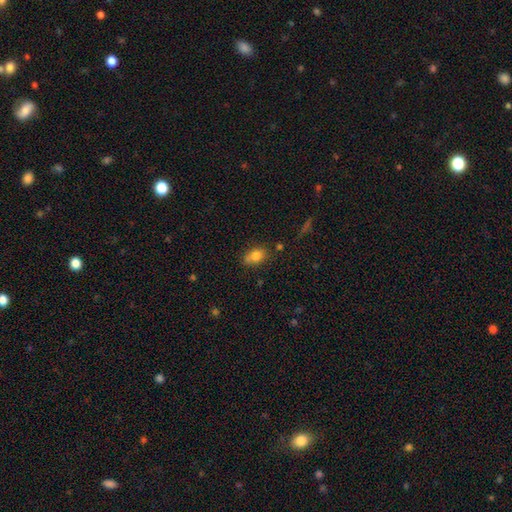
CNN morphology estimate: Q: Smooth or featured?
A: smooth (80%); runner-up: featured or disk (10%)
Q: How rounded?
A: in between (78%); runner-up: round (18%)
Q: Merging?
A: none (65%); runner-up: minor disturbance (23%)